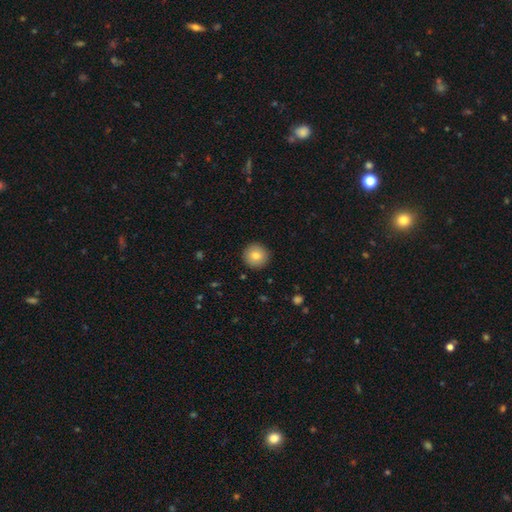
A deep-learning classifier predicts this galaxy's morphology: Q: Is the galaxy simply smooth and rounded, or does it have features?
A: smooth — 82%.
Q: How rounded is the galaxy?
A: round — 95%.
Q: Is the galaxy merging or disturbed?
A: none — 92%.